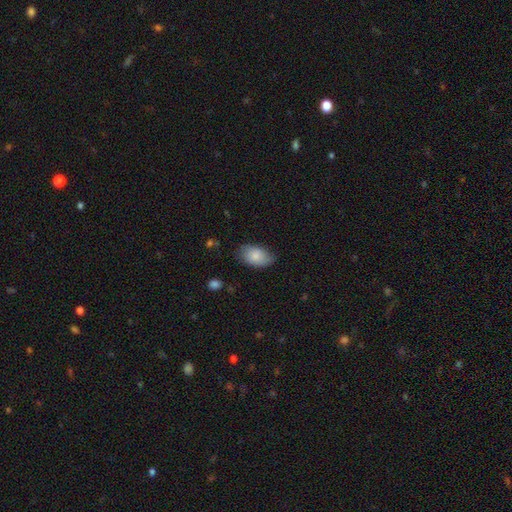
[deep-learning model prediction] smooth_or_featured: smooth (p=0.83) [alt: featured or disk p=0.11]
how_rounded: in between (p=0.93) [alt: round p=0.06]
merging: none (p=0.70) [alt: minor disturbance p=0.24]